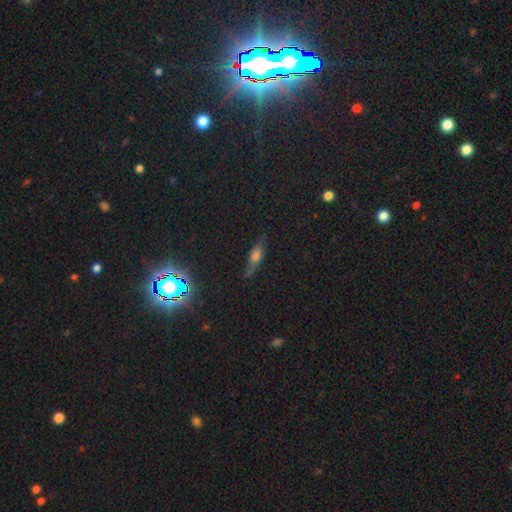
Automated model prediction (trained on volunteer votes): smooth_or_featured: smooth (p=0.48) [alt: featured or disk p=0.34]
merging: none (p=0.72) [alt: minor disturbance p=0.19]